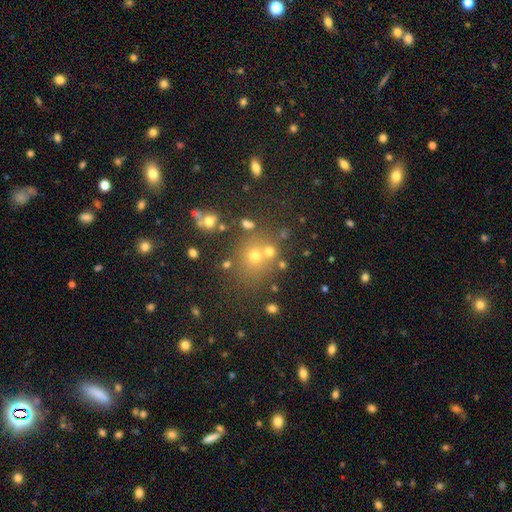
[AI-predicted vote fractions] A smooth galaxy with no disk features (58%) that is round (78%).

Vote fractions:
- Smooth or featured? smooth: 58% / star or artifact: 27% / featured or disk: 14%
- How rounded? round: 78% / in between: 21% / cigar-shaped: 1%
- Merging? none: 63% / merger: 21% / minor disturbance: 11% / major disturbance: 5%